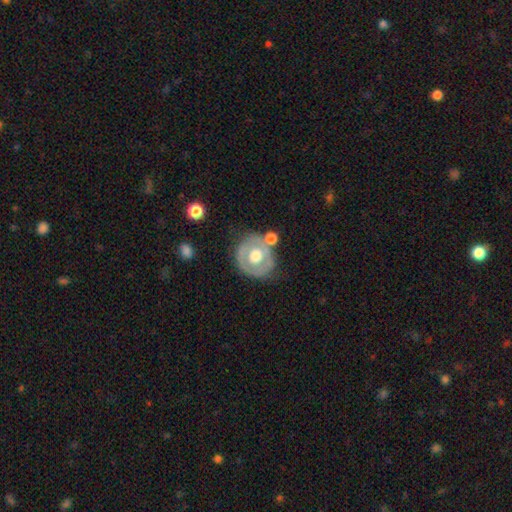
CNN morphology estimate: featured or disk 56%, smooth 39%, star or artifact 6%. Down the decision tree: edge-on disk — no (95%); bar — no (86%); spiral arms — no (81%); bulge size — moderate (59%); merging — none (66%).